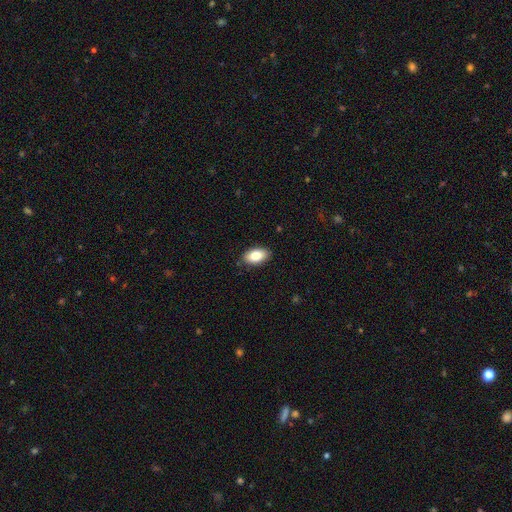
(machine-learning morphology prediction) smooth 83%, featured or disk 10%, star or artifact 7%. Down the decision tree: how rounded — in between (93%); merging — none (88%).